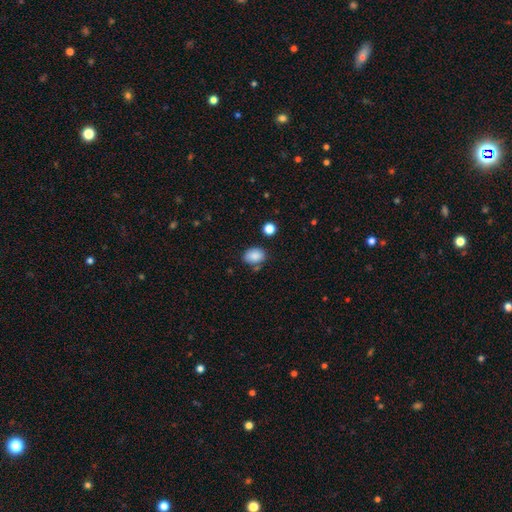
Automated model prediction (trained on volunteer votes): This is clearly a smooth galaxy (86%). How rounded: likely in between (68%). Merging: likely none (72%).